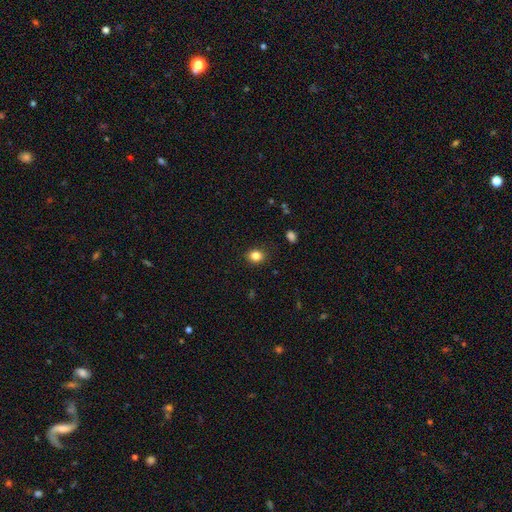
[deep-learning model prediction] Morphology: type=smooth (84%); roundness=round (57%); merging=none (87%).